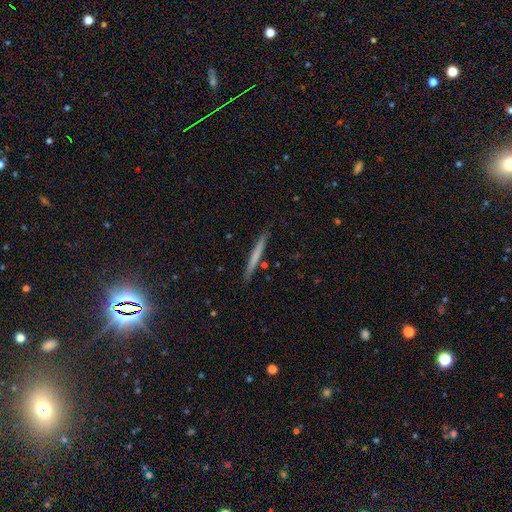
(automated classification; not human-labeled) smooth 62%, featured or disk 32%, star or artifact 6%. Down the decision tree: how rounded — cigar-shaped (97%); merging — none (89%).